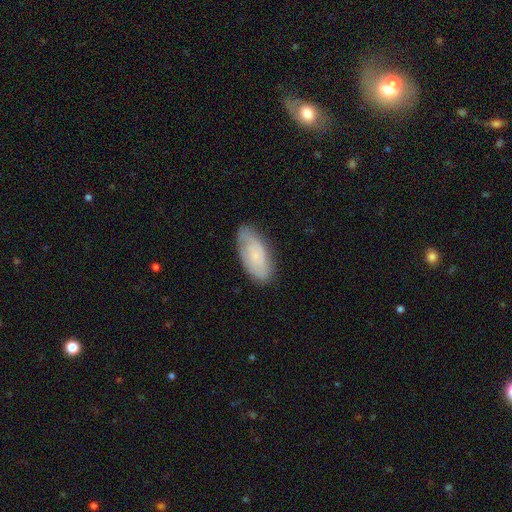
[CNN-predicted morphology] This appears to be a featured or disk galaxy (48%). Merging: none (75%).